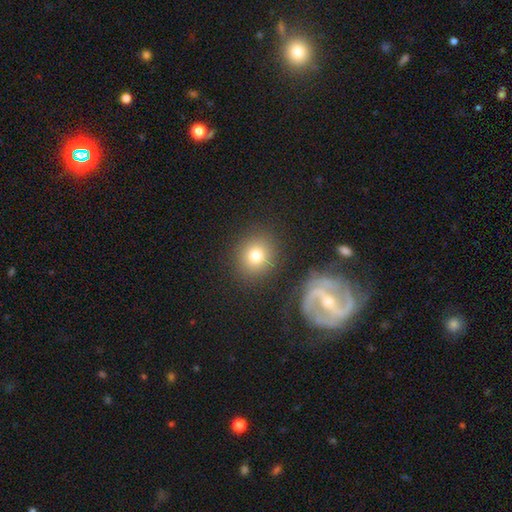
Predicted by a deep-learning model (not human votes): A smooth galaxy with no disk features (78%) that is round (83%).

Vote fractions:
- Smooth or featured? smooth: 78% / star or artifact: 12% / featured or disk: 10%
- How rounded? round: 83% / in between: 15% / cigar-shaped: 1%
- Merging? none: 86% / minor disturbance: 8% / merger: 3% / major disturbance: 3%